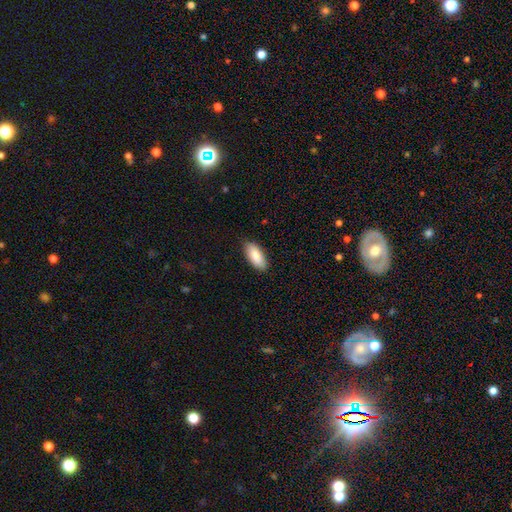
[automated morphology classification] Smooth or featured: smooth — 85% (featured or disk — 9%)
How rounded: in between — 86% (cigar-shaped — 13%)
Merging: none — 87% (minor disturbance — 10%)